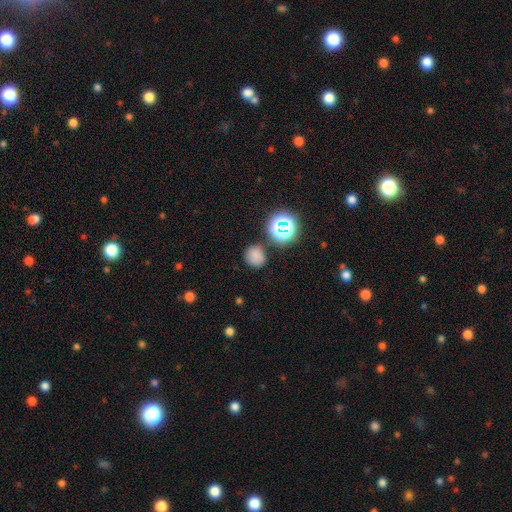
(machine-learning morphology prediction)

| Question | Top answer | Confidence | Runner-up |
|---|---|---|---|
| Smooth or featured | smooth | 74% | star or artifact (20%) |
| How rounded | round | 86% | in between (13%) |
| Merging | none | 80% | minor disturbance (11%) |